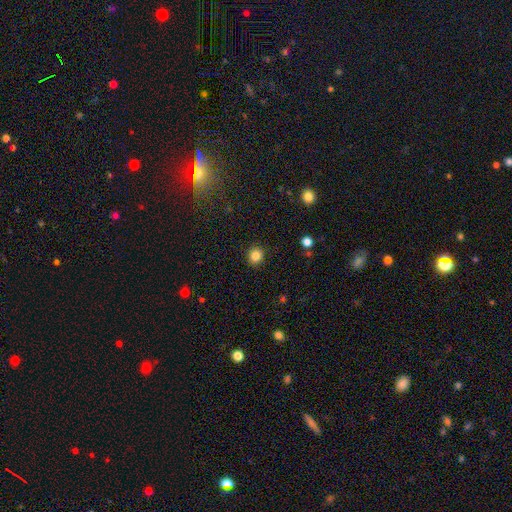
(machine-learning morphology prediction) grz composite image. It shows a smooth galaxy with no disk features (84%) that is round (83%). Merging: none (90%).